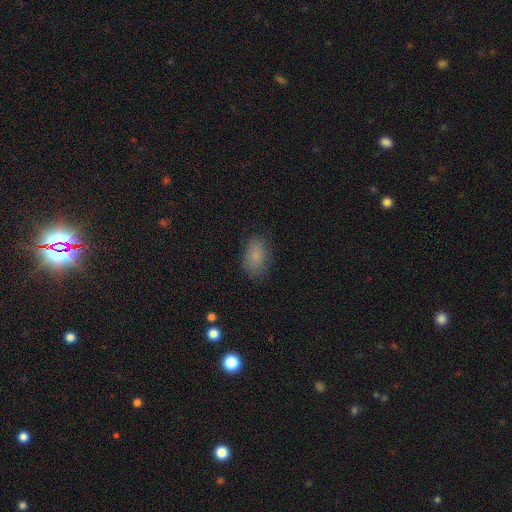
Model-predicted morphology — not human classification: This is clearly a smooth galaxy (82%). How rounded: clearly in between (87%). Merging: likely none (77%).